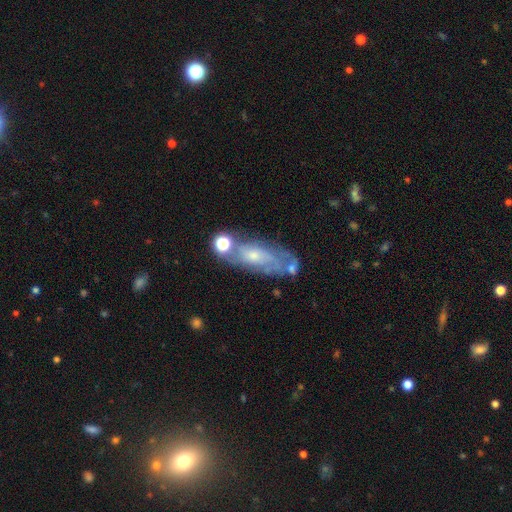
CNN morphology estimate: smooth_or_featured: featured or disk (p=0.63) [alt: smooth p=0.27]
disk_edge_on: no (p=0.84) [alt: yes p=0.16]
bar: no (p=0.75) [alt: weak p=0.21]
has_spiral_arms: yes (p=0.67) [alt: no p=0.33]
bulge_size: small (p=0.64) [alt: moderate p=0.27]
merging: none (p=0.52) [alt: minor disturbance p=0.22]